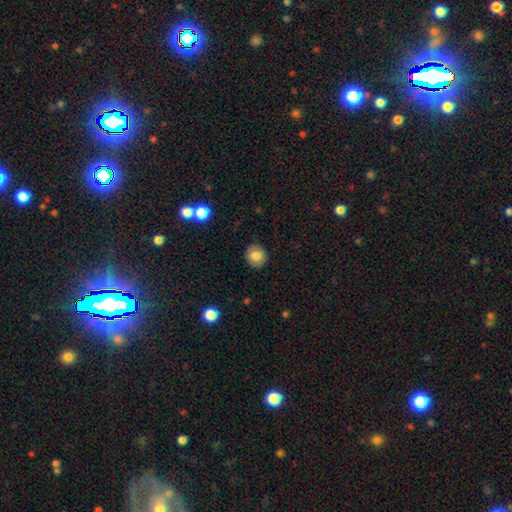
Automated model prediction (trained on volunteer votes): Smooth or featured? smooth (82%)
How rounded? round (81%)
Merging? none (89%)